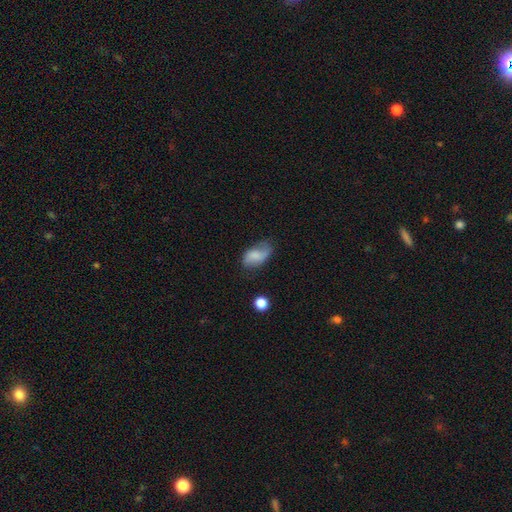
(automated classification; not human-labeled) Morphology: type=smooth (62%); roundness=in between (90%); merging=none (54%).